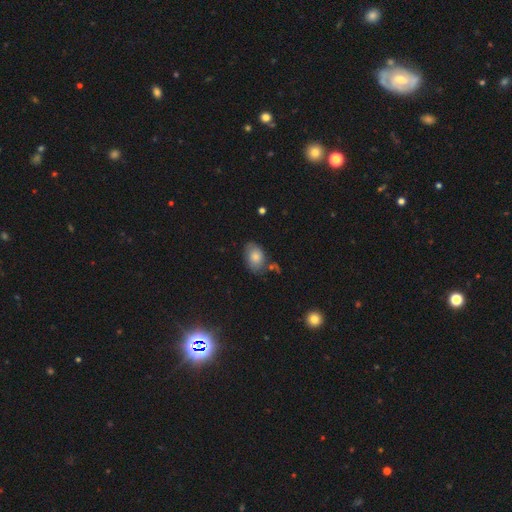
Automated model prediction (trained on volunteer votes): This is likely a smooth galaxy (77%). How rounded: clearly in between (85%). Merging: likely none (67%).